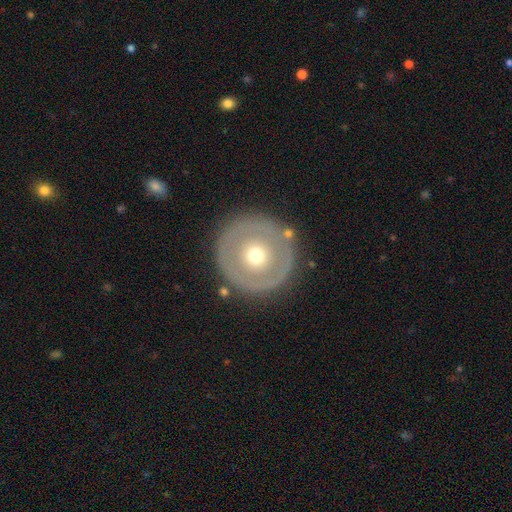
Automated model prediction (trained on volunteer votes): Overall: featured or disk (50%; smooth 44%). Edge-on disk: no (94%). Merging: none (83%).